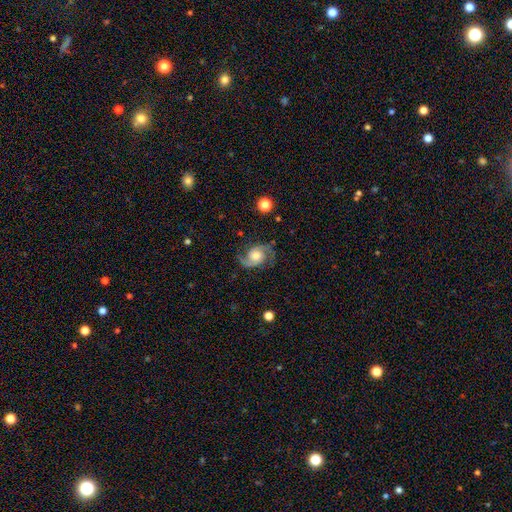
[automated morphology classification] Smooth or featured? featured or disk (87%)
Edge-on disk? no (98%)
Bar? no (70%)
Spiral arms? yes (97%)
Spiral winding? medium (55%)
Spiral arm count? 2 (93%)
Bulge size? moderate (59%)
Merging? none (79%)